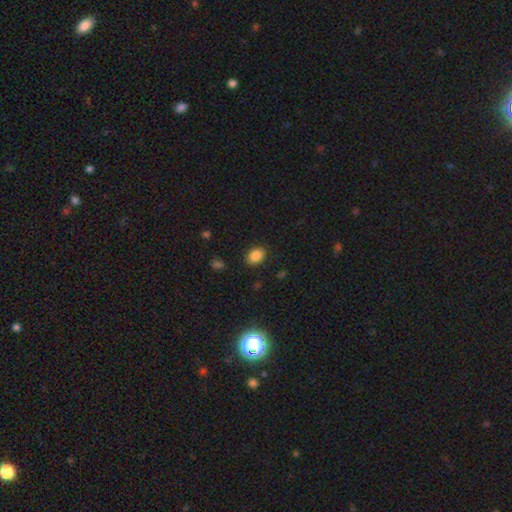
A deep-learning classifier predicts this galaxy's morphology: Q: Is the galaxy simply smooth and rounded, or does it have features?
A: smooth — 85%.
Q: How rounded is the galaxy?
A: in between — 68%.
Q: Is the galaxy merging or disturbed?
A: none — 86%.